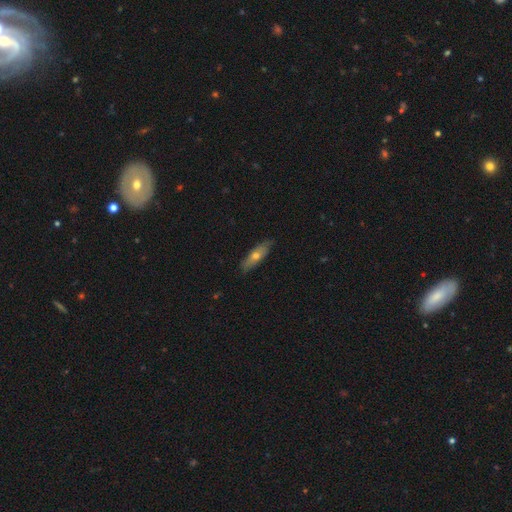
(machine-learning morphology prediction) Smooth or featured: smooth — 54% (featured or disk — 40%)
How rounded: cigar-shaped — 58% (in between — 39%)
Merging: none — 83% (minor disturbance — 14%)